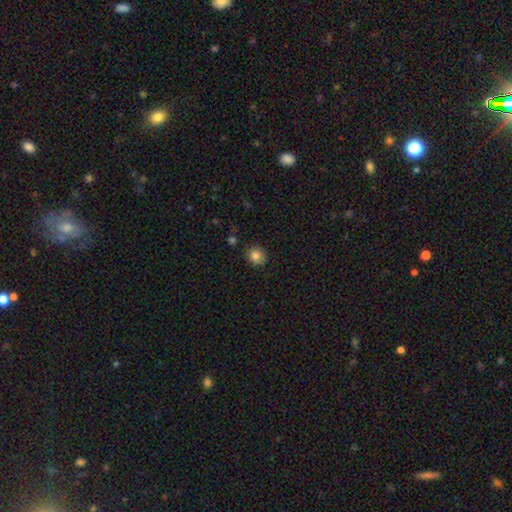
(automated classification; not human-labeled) smooth-or-featured: smooth: 84% | star or artifact: 10% | featured or disk: 6%
  how-rounded: round: 76% | in between: 23% | cigar-shaped: 1%
  merging: none: 86% | minor disturbance: 10% | major disturbance: 2% | merger: 2%